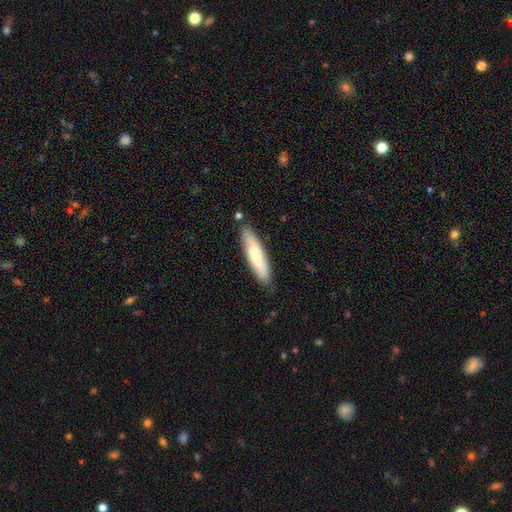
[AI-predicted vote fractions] Smooth or featured? Predicted: smooth (p=0.71). How rounded? Predicted: cigar-shaped (p=0.75). Merging? Predicted: none (p=0.83).